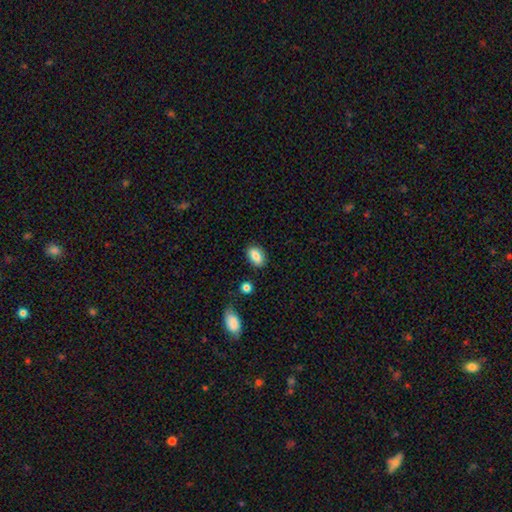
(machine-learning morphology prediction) smooth 83%, featured or disk 9%, star or artifact 8%. Down the decision tree: how rounded — in between (87%); merging — none (82%).